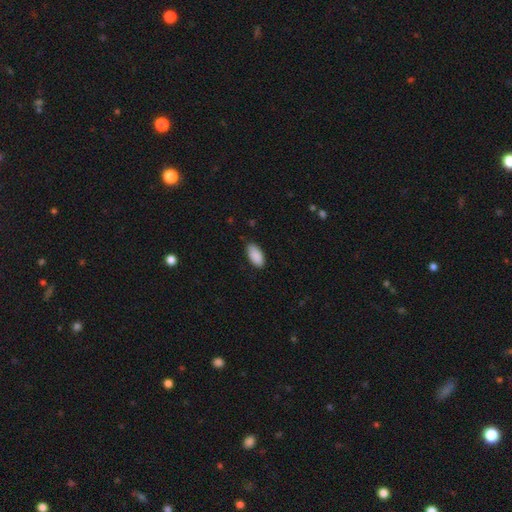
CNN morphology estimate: Smooth or featured?
  - smooth: 90% *
  - star or artifact: 6%
  - featured or disk: 3%
How rounded?
  - in between: 93% *
  - cigar-shaped: 5%
  - round: 2%
Merging?
  - none: 84% *
  - minor disturbance: 13%
  - major disturbance: 2%
  - merger: 1%